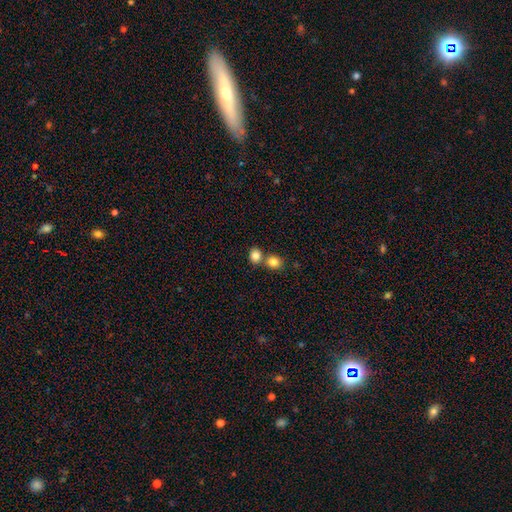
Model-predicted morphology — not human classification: This is clearly a smooth galaxy (84%). How rounded: likely round (70%). Merging: possibly none (53%).